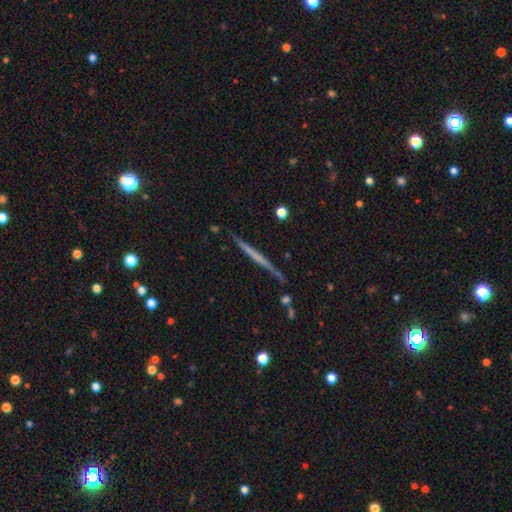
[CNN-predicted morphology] Smooth or featured? Predicted: featured or disk (p=0.60). Edge-on disk? Predicted: yes (p=0.97). Edge-on bulge? Predicted: none (p=0.83). Merging? Predicted: none (p=0.86).